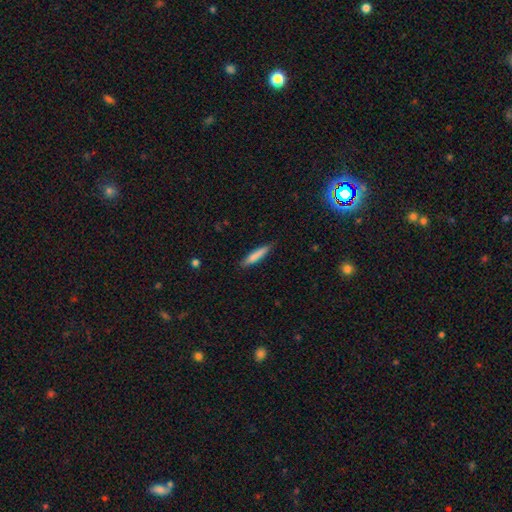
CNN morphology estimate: Smooth or featured? smooth (79%)
How rounded? cigar-shaped (90%)
Merging? none (86%)